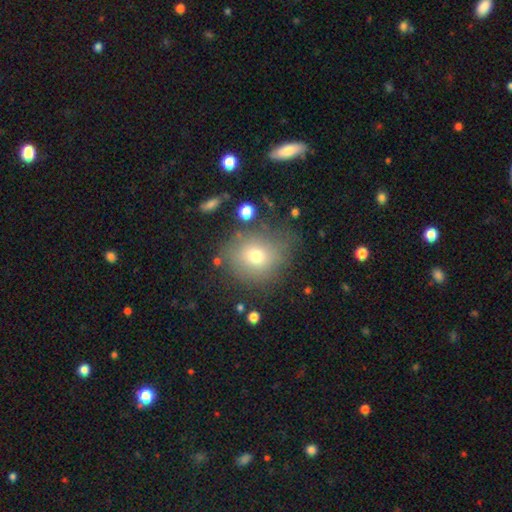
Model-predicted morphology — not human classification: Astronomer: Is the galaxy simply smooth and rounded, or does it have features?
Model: smooth — 69%.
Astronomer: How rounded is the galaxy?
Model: round — 75%.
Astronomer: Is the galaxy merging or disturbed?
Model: none — 74%.